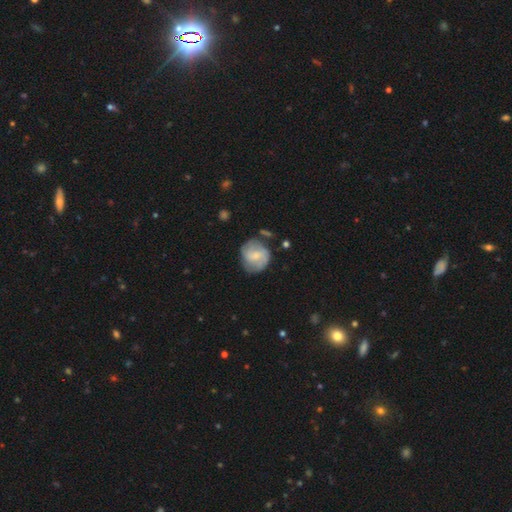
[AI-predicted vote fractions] A featured or disk galaxy (52%) with no bar (46%), spiral arms (81%) and a small central bulge (49%). Merging: none (63%).